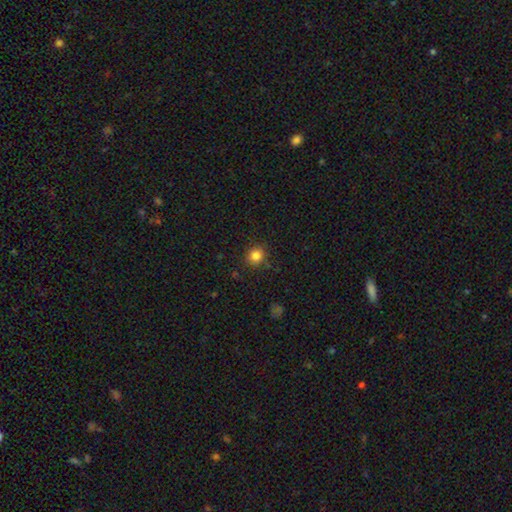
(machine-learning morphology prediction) Smooth or featured? Predicted: smooth (p=0.83). How rounded? Predicted: round (p=0.86). Merging? Predicted: none (p=0.86).